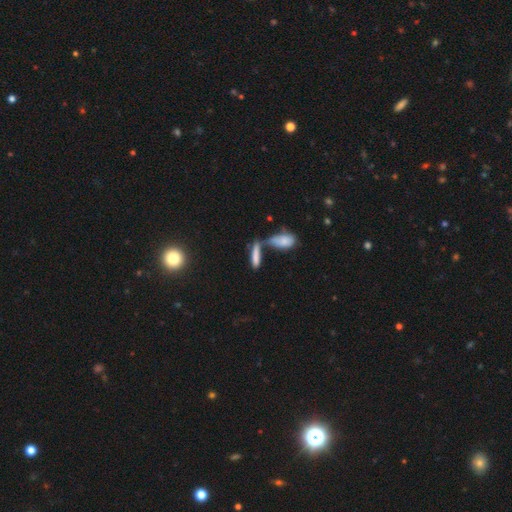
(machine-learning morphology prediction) Smooth or featured?
  - smooth: 73% *
  - featured or disk: 17%
  - star or artifact: 10%
How rounded?
  - cigar-shaped: 62% *
  - in between: 35%
  - round: 3%
Merging?
  - merger: 50% *
  - none: 32%
  - minor disturbance: 11%
  - major disturbance: 7%